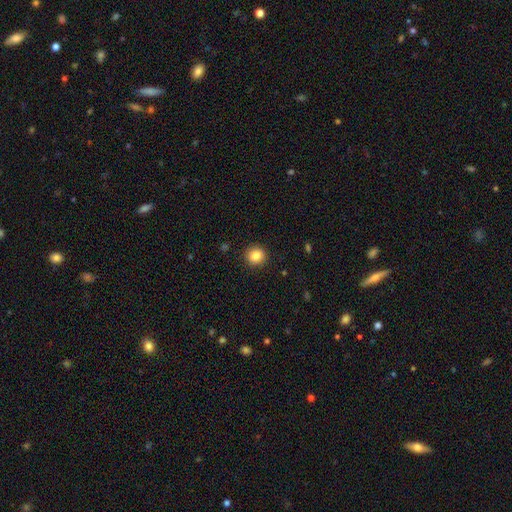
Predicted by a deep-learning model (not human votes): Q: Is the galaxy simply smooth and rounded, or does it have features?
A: smooth — 85%.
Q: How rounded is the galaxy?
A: round — 89%.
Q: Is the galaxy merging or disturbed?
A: none — 91%.